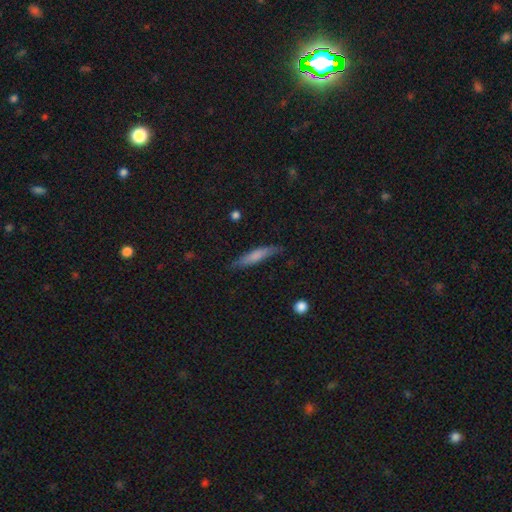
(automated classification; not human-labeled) smooth-or-featured: smooth: 67% | featured or disk: 27% | star or artifact: 6%
  how-rounded: cigar-shaped: 85% | in between: 14% | round: 2%
  merging: none: 78% | minor disturbance: 17% | major disturbance: 3% | merger: 2%